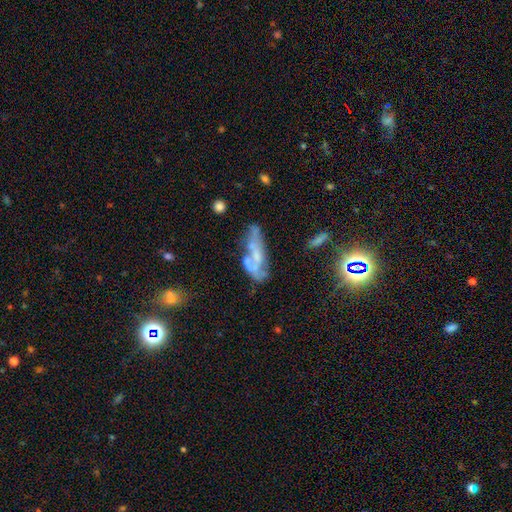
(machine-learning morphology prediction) smooth-or-featured: featured or disk: 54% | smooth: 30% | star or artifact: 16%
  disk-edge-on: no: 80% | yes: 20%
  merging: none: 33% | merger: 23% | major disturbance: 22% | minor disturbance: 21%